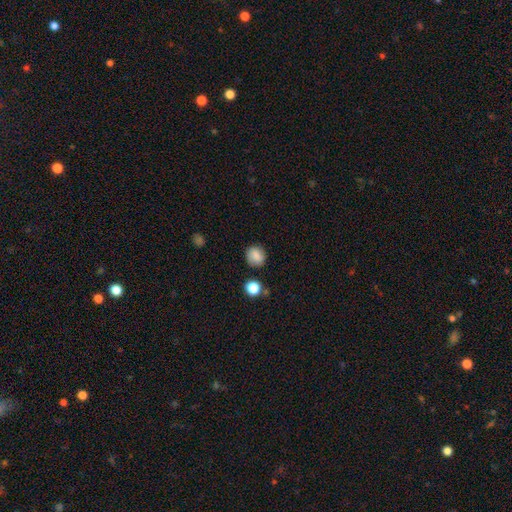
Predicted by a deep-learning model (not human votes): smooth-or-featured: smooth: 84% | star or artifact: 10% | featured or disk: 6%
  how-rounded: round: 78% | in between: 21% | cigar-shaped: 1%
  merging: none: 82% | minor disturbance: 12% | major disturbance: 3% | merger: 3%